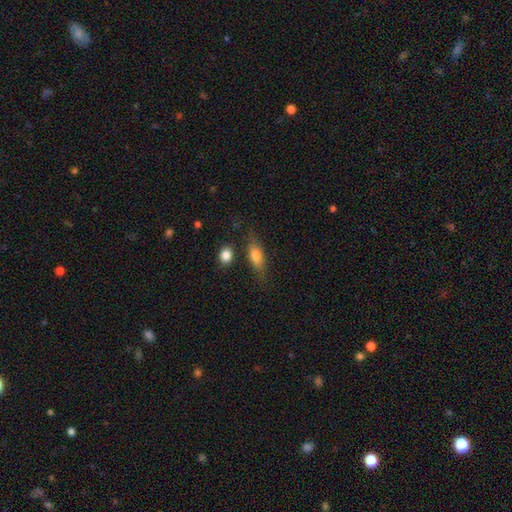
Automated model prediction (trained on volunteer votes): The model was most divided on "how rounded": in between: 70%, cigar-shaped: 24%, round: 5%. More confident: smooth or featured — smooth (74%); merging — none (70%).